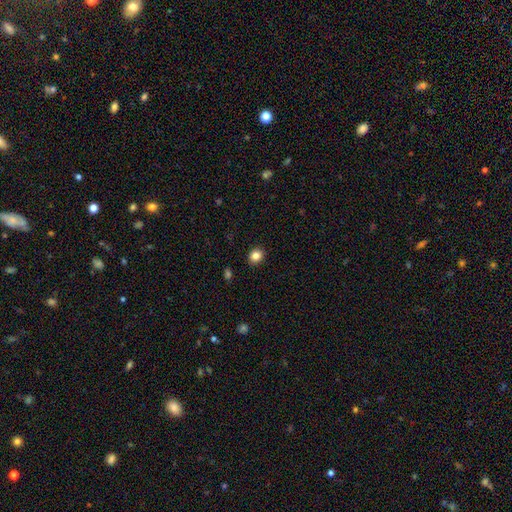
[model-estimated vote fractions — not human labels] Smooth or featured? Predicted: smooth (p=0.84). How rounded? Predicted: round (p=0.68). Merging? Predicted: none (p=0.91).